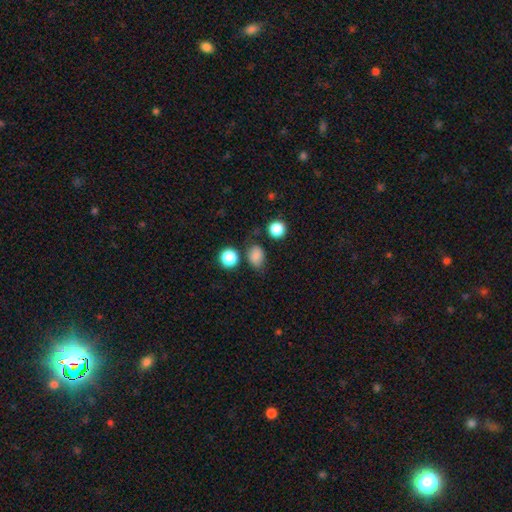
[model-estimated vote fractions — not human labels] Smooth or featured? smooth (82%)
How rounded? in between (60%)
Merging? none (73%)